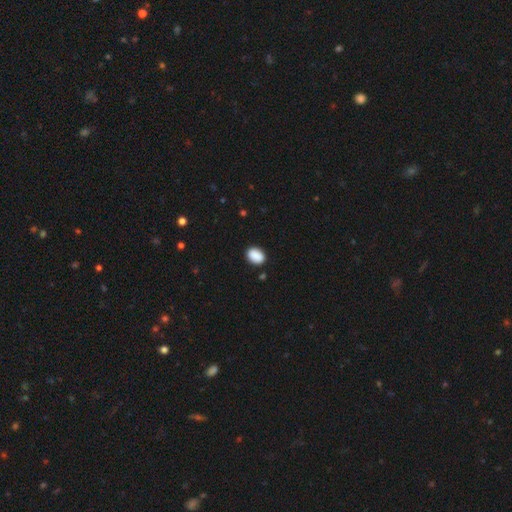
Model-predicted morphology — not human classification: Q: Smooth or featured?
A: smooth (90%); runner-up: star or artifact (8%)
Q: How rounded?
A: in between (75%); runner-up: round (24%)
Q: Merging?
A: none (88%); runner-up: minor disturbance (9%)